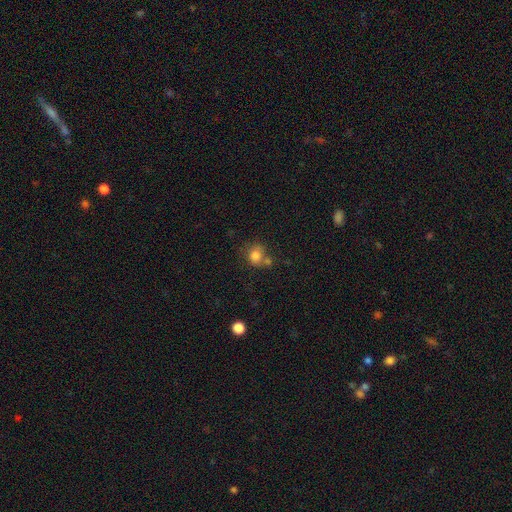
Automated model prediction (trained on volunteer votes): A smooth galaxy with no disk features (80%) that is round (77%). Merging: none (52%).